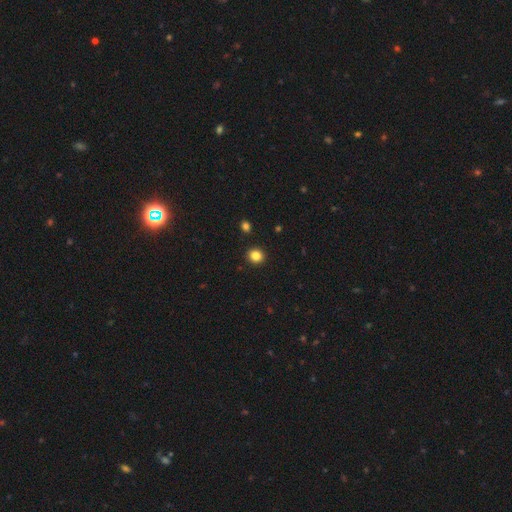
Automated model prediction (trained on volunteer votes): Smooth or featured?
  - smooth: 84% *
  - star or artifact: 11%
  - featured or disk: 4%
How rounded?
  - round: 87% *
  - in between: 12%
  - cigar-shaped: 1%
Merging?
  - none: 93% *
  - minor disturbance: 4%
  - major disturbance: 2%
  - merger: 1%